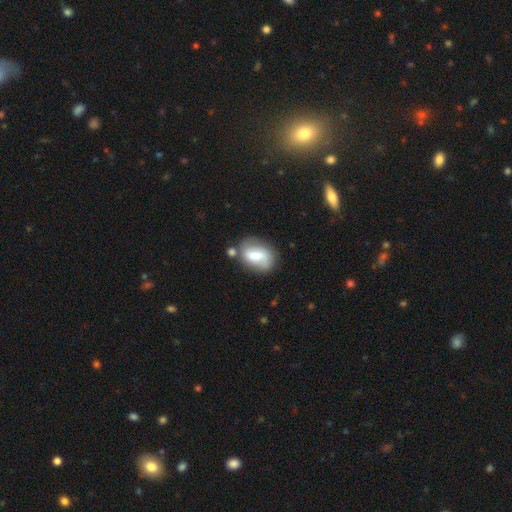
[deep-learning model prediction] A smooth galaxy with no disk features (53%) that is in between round and cigar-shaped (74%).

Vote fractions:
- Smooth or featured? smooth: 53% / featured or disk: 39% / star or artifact: 8%
- How rounded? in between: 74% / round: 23% / cigar-shaped: 2%
- Merging? none: 60% / minor disturbance: 21% / merger: 12% / major disturbance: 7%